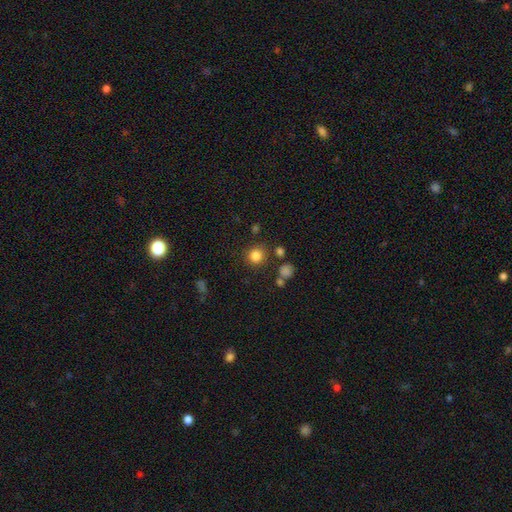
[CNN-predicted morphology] Q: Smooth or featured?
A: smooth (82%); runner-up: star or artifact (13%)
Q: How rounded?
A: round (90%); runner-up: in between (9%)
Q: Merging?
A: none (83%); runner-up: minor disturbance (9%)